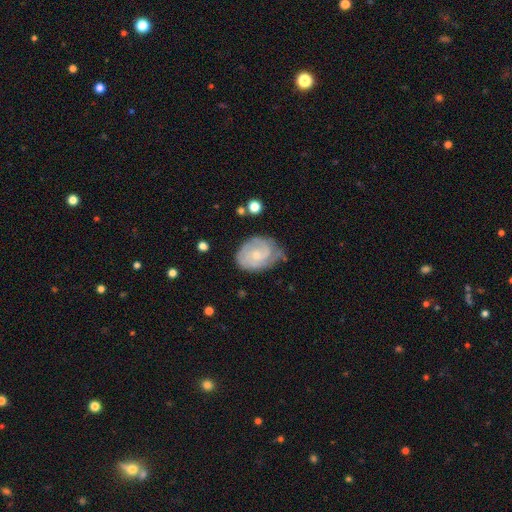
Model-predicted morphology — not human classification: Overall: featured or disk (74%). Edge-on disk: no (98%). Bar: no (67%; weak 30%). Spiral arms: yes (90%). Spiral arm count: 2 (45%; can't tell 30%). Spiral winding: tight (58%; medium 33%). Bulge size: small (62%; moderate 33%). Merging: none (58%; minor disturbance 29%).